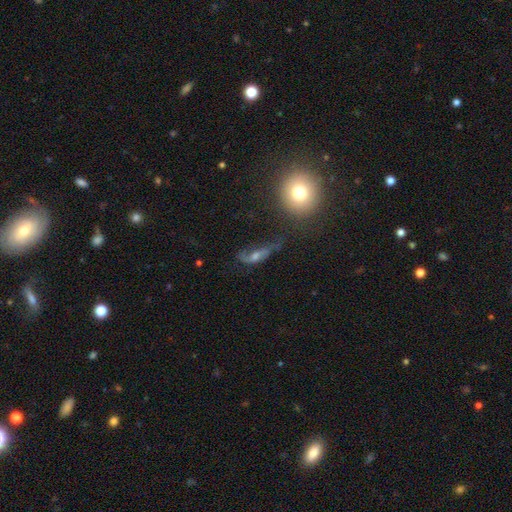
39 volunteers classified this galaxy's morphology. A featured or disk galaxy (67%) with no bar (55%), 2 (62%) loose (62%) spiral arms (80%) and a moderate central bulge (70%).

Vote fractions:
- Smooth or featured? featured or disk: 67% / smooth: 21% / star or artifact: 13%
- Edge-on disk? no: 77% / yes: 23%
- Bar? no: 55% / weak: 45% / strong: 0%
- Spiral arms? yes: 80% / no: 20%
- Spiral winding? loose: 62% / medium: 38% / tight: 0%
- Spiral arm count? 2: 62% / can't tell: 25% / 1: 12% / 3: 0% / 4: 0% / more than 4: 0%
- Bulge size? moderate: 70% / small: 20% / large: 5% / none: 5% / dominant: 0%
- Merging? major disturbance: 47% / none: 41% / minor disturbance: 12% / merger: 0%